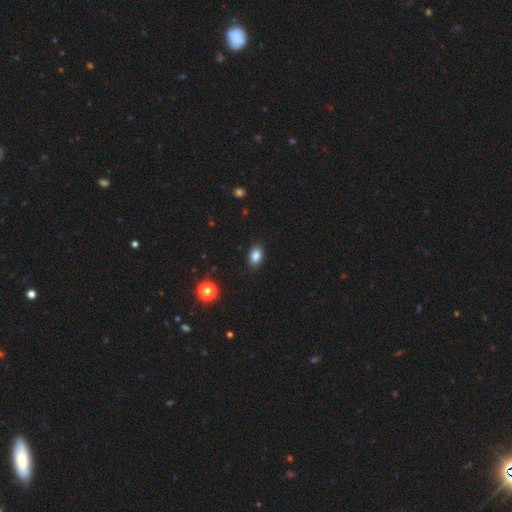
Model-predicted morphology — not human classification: Smooth or featured? smooth (84%)
How rounded? in between (82%)
Merging? none (87%)